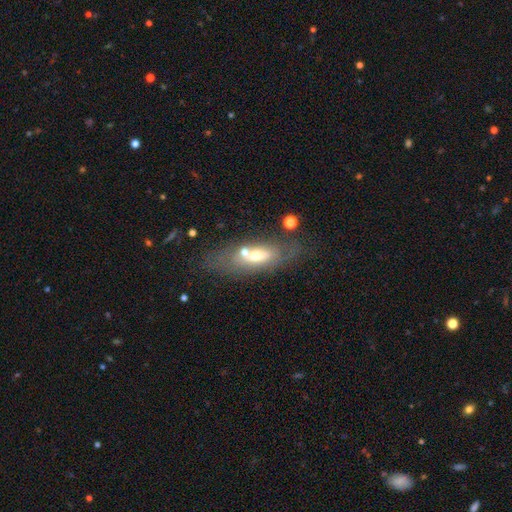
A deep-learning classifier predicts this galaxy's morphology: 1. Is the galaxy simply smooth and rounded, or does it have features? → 46% featured or disk, 44% smooth, 10% star or artifact.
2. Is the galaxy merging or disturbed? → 54% none, 18% minor disturbance, 17% merger, 11% major disturbance.